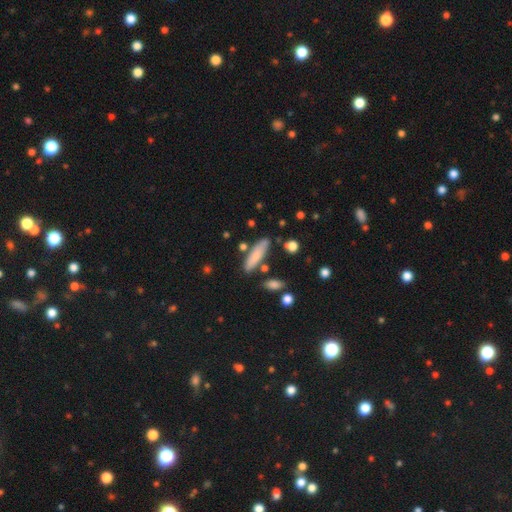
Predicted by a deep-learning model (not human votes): smooth_or_featured: smooth (p=0.80) [alt: featured or disk p=0.13]
how_rounded: cigar-shaped (p=0.63) [alt: in between p=0.34]
merging: none (p=0.78) [alt: minor disturbance p=0.13]